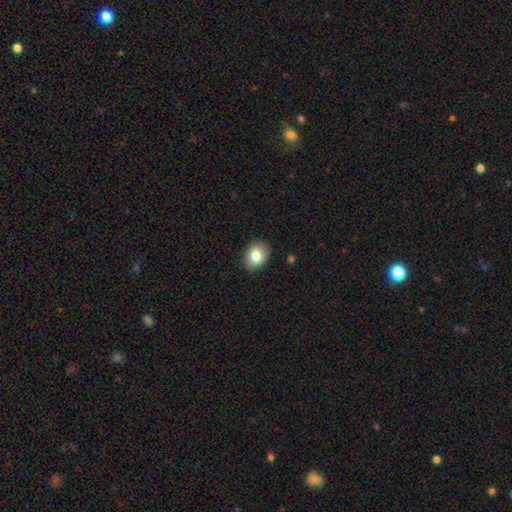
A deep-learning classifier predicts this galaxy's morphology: smooth-or-featured: smooth: 82% | featured or disk: 9% | star or artifact: 8%
  how-rounded: in between: 59% | round: 41% | cigar-shaped: 1%
  merging: none: 89% | minor disturbance: 8% | major disturbance: 2% | merger: 1%